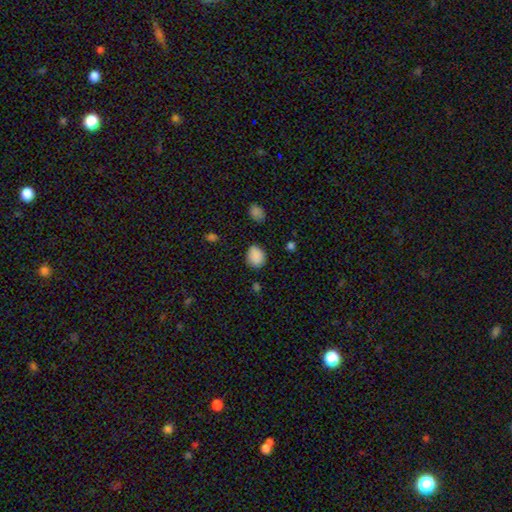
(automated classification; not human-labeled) The model was most divided on "how rounded": round: 56%, in between: 43%, cigar-shaped: 1%. More confident: smooth or featured — smooth (86%); merging — none (76%).